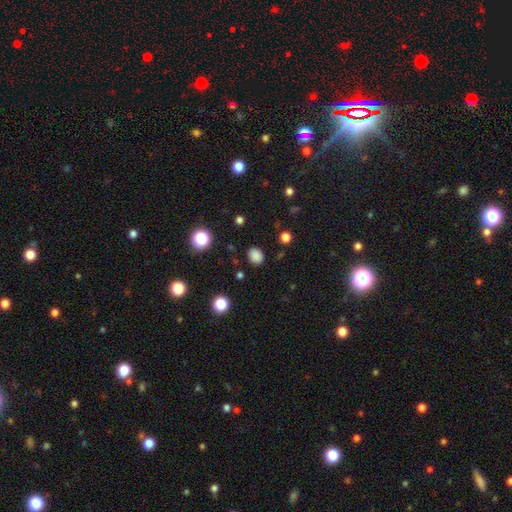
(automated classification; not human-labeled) Overall: smooth (83%). How rounded: round (51%; in between 48%). Merging: none (85%).